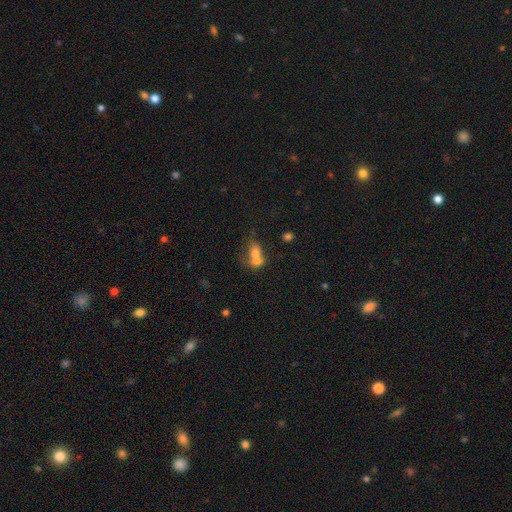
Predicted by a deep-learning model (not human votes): smooth_or_featured: smooth (p=0.68) [alt: featured or disk p=0.20]
how_rounded: in between (p=0.65) [alt: round p=0.32]
merging: merger (p=0.69) [alt: none p=0.18]